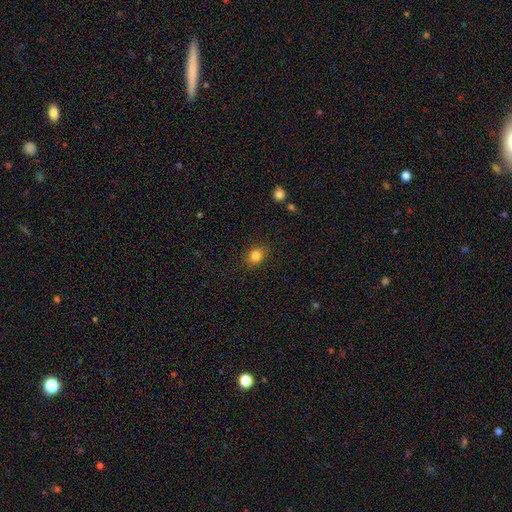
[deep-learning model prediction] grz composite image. It shows a smooth galaxy with no disk features (82%) that is round (55%). Merging: none (88%).